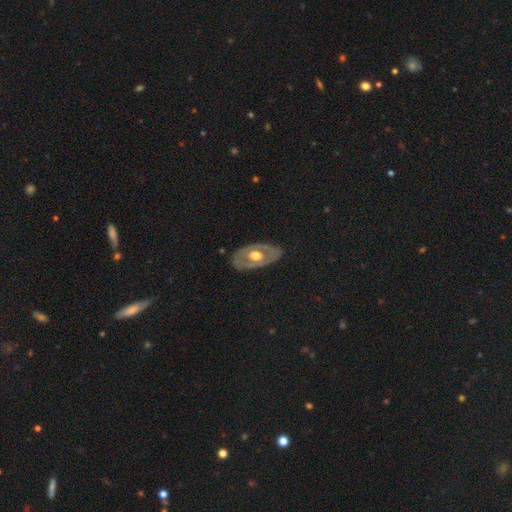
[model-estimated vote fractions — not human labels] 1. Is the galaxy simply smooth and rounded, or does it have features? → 63% featured or disk, 33% smooth, 5% star or artifact.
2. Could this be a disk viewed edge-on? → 87% no, 13% yes.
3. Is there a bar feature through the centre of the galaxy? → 84% no, 13% weak, 3% strong.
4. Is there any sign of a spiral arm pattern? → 82% no, 18% yes.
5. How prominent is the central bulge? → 62% moderate, 31% large, 4% small, 1% dominant, 1% none.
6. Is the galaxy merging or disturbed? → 78% none, 16% minor disturbance, 5% major disturbance, 1% merger.